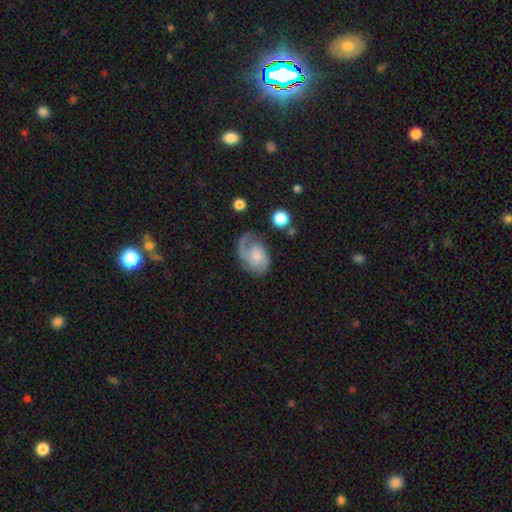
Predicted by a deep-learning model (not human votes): Q: Smooth or featured?
A: featured or disk (67%); runner-up: smooth (26%)
Q: Edge-on disk?
A: no (97%); runner-up: yes (3%)
Q: Bar?
A: no (72%); runner-up: weak (25%)
Q: Spiral arms?
A: yes (92%); runner-up: no (8%)
Q: Spiral winding?
A: medium (41%); runner-up: tight (35%)
Q: Spiral arm count?
A: 1 (50%); runner-up: 2 (35%)
Q: Bulge size?
A: small (45%); runner-up: moderate (28%)
Q: Merging?
A: none (49%); runner-up: minor disturbance (24%)